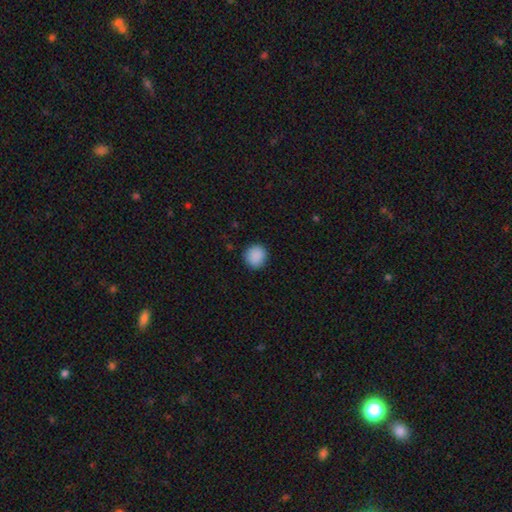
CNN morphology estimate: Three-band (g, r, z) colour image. It shows a smooth galaxy with no disk features (89%) that is round (91%). Merging: none (90%).